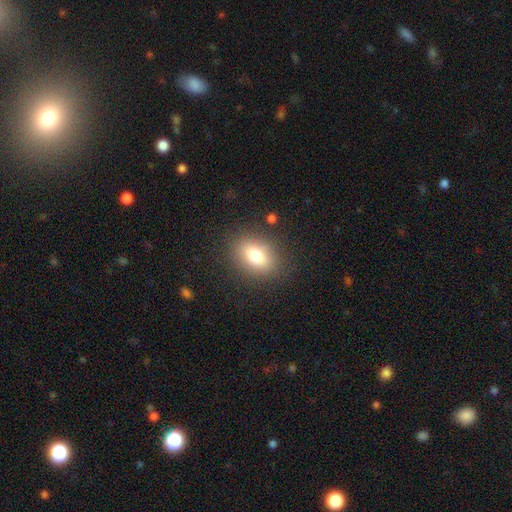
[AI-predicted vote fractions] A smooth galaxy with no disk features (74%) that is in between round and cigar-shaped (72%).

Vote fractions:
- Smooth or featured? smooth: 74% / featured or disk: 15% / star or artifact: 11%
- How rounded? in between: 72% / round: 26% / cigar-shaped: 3%
- Merging? none: 84% / minor disturbance: 10% / major disturbance: 4% / merger: 2%